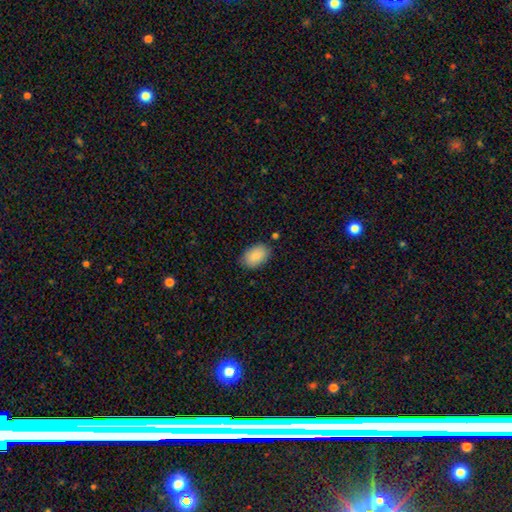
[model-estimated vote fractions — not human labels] This is clearly a smooth galaxy (88%). How rounded: clearly in between (89%). Merging: clearly none (83%).